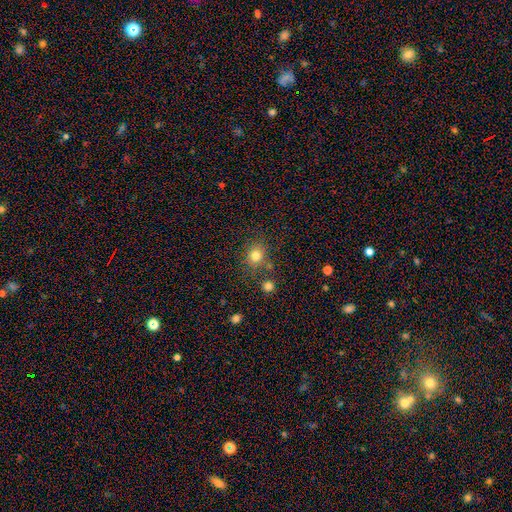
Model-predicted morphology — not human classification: Smooth or featured: smooth — 79% (star or artifact — 14%)
How rounded: round — 76% (in between — 23%)
Merging: none — 73% (minor disturbance — 12%)